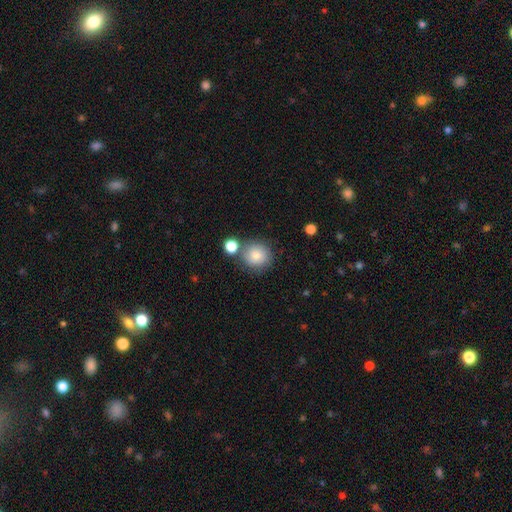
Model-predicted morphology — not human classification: The model was most divided on "merging": none: 70%, merger: 15%, minor disturbance: 11%, major disturbance: 4%. More confident: how rounded — round (90%); smooth or featured — smooth (79%).